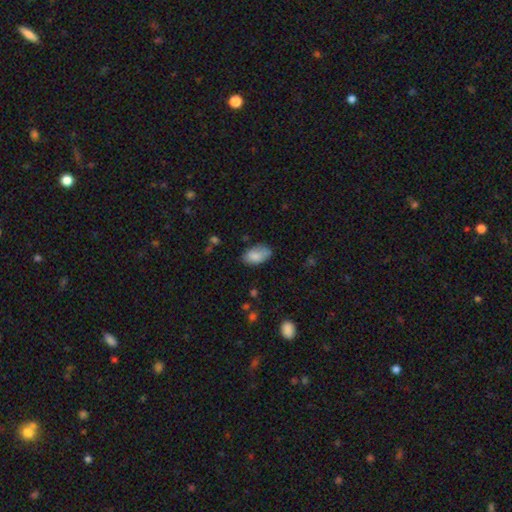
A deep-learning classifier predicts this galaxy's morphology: This is clearly a smooth galaxy (82%). How rounded: clearly in between (93%). Merging: likely none (65%).